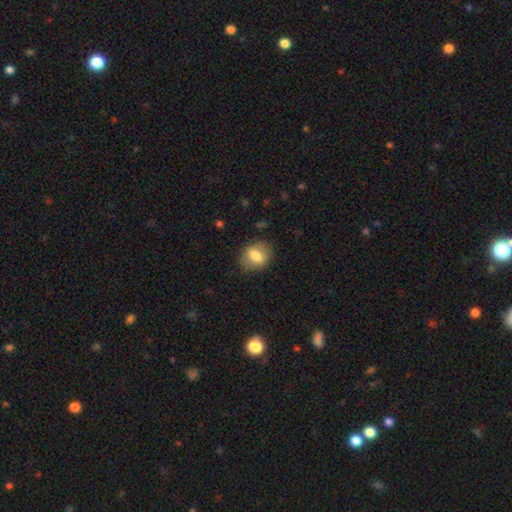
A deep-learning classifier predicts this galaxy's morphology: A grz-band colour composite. It shows a smooth galaxy with no disk features (73%) that is round (51%). Merging: none (84%).